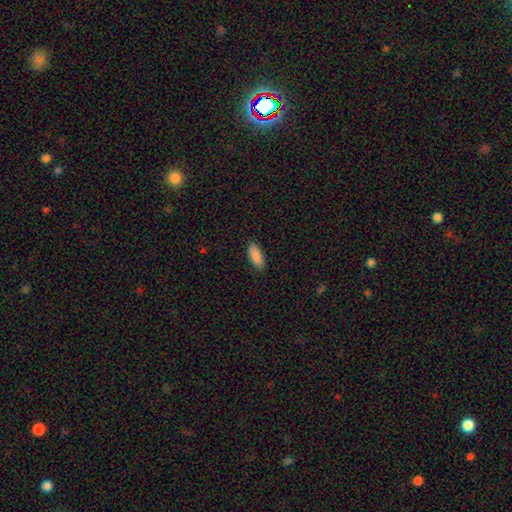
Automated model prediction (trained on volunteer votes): The model was most divided on "how rounded": in between: 75%, cigar-shaped: 24%, round: 2%. More confident: smooth or featured — smooth (90%); merging — none (87%).